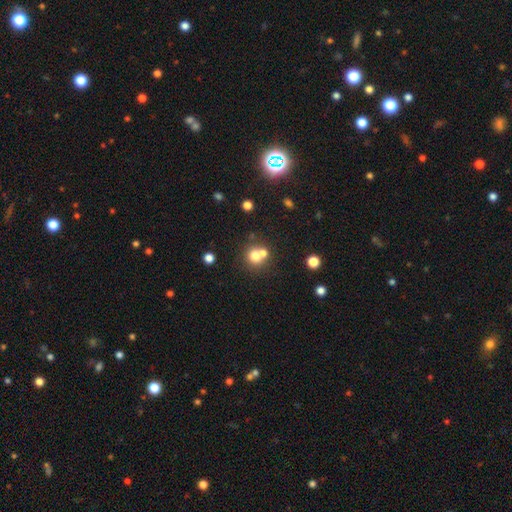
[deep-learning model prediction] smooth 72%, star or artifact 15%, featured or disk 14%. Down the decision tree: how rounded — round (87%); merging — none (51%).